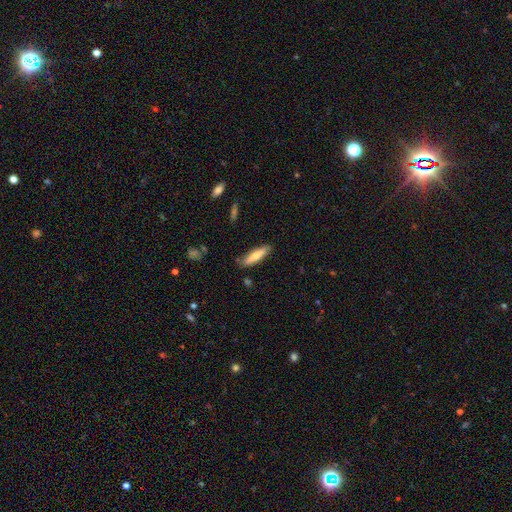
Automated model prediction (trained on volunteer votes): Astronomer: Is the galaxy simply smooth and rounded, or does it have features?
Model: smooth — 69%.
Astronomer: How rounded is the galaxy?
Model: cigar-shaped — 72%.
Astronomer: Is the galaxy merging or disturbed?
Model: none — 85%.